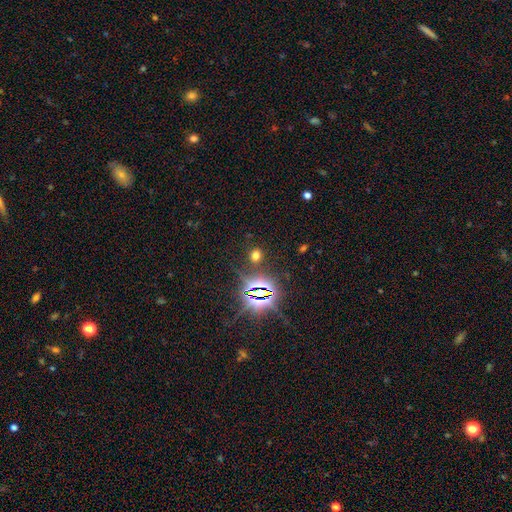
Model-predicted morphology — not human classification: This is possibly a smooth galaxy (52%). How rounded: likely round (74%). Merging: clearly none (85%).